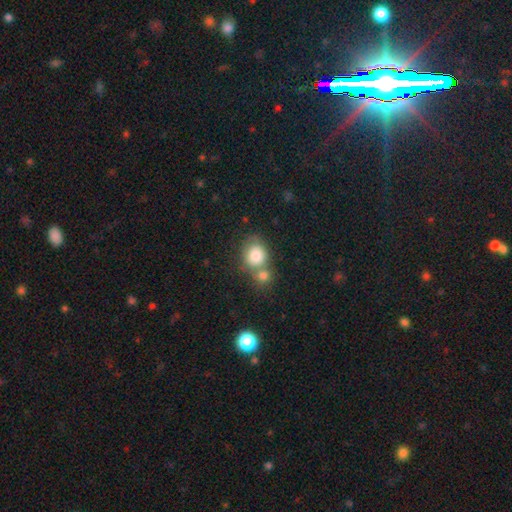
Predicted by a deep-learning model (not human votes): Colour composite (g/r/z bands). It shows a smooth galaxy with no disk features (82%) that is round (65%). Merging: merger (44%).